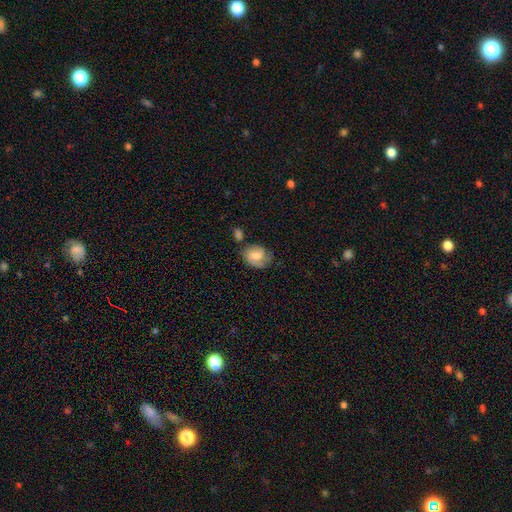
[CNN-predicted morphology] This is possibly a featured or disk galaxy (47%). Merging: possibly none (57%).